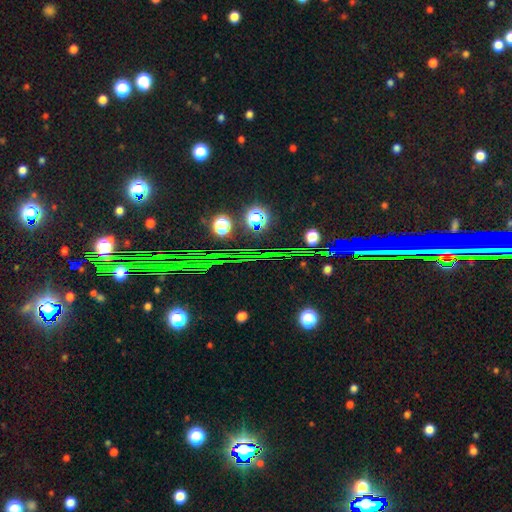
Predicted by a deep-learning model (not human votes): Smooth or featured: star or artifact — 75% (smooth — 14%)